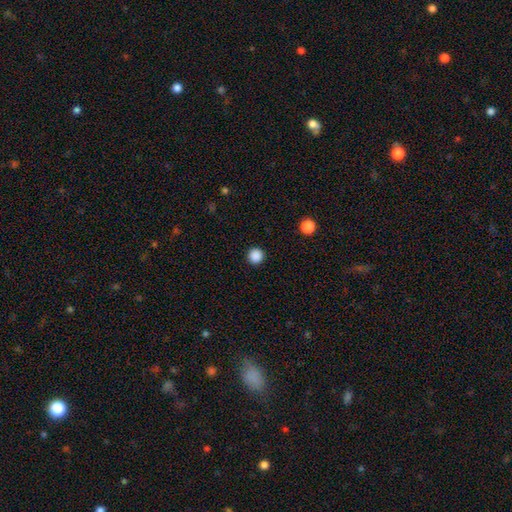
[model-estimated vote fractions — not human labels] This is clearly a smooth galaxy (87%). How rounded: clearly round (95%). Merging: clearly none (93%).